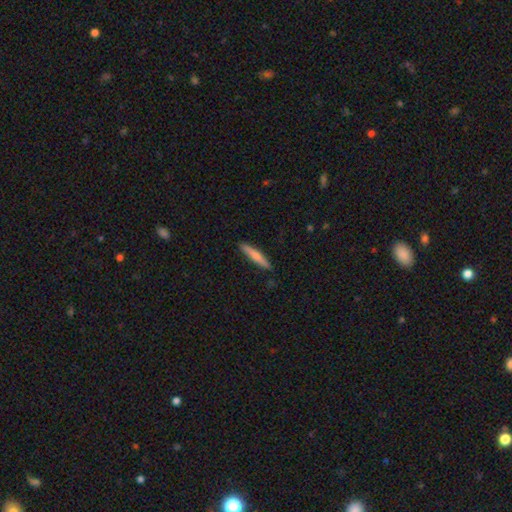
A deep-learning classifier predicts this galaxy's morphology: type=smooth (65%); roundness=cigar-shaped (92%); merging=none (89%).